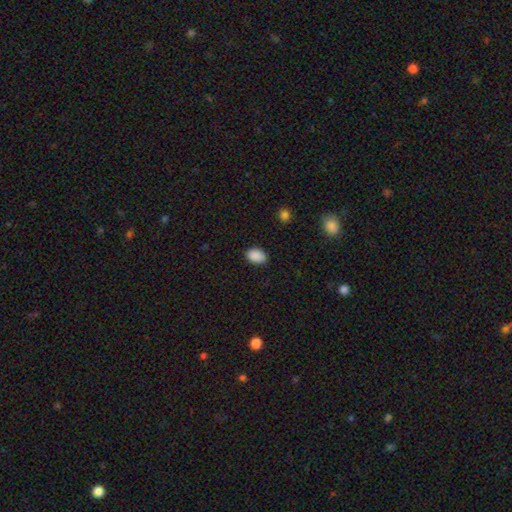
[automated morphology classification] Smooth or featured: smooth — 90% (star or artifact — 8%)
How rounded: in between — 83% (round — 16%)
Merging: none — 87% (minor disturbance — 10%)